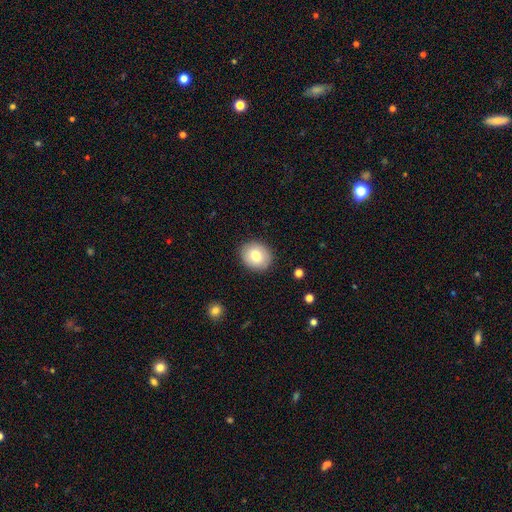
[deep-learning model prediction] The model was most divided on "how rounded": round: 63%, in between: 37%, cigar-shaped: 1%. More confident: merging — none (88%); smooth or featured — smooth (79%).